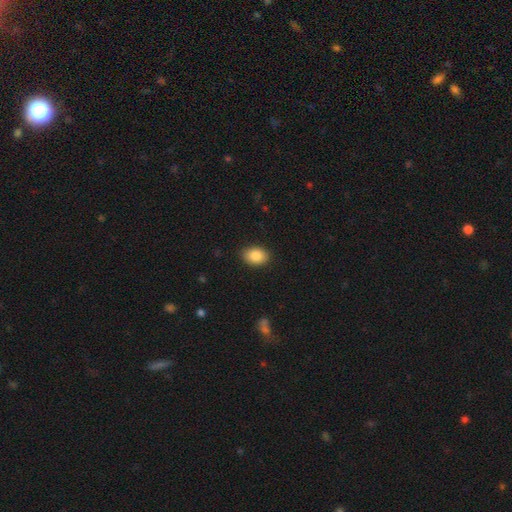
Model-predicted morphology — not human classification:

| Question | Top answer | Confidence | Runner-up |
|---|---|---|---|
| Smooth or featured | smooth | 88% | star or artifact (7%) |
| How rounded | in between | 80% | round (19%) |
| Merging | none | 89% | minor disturbance (8%) |